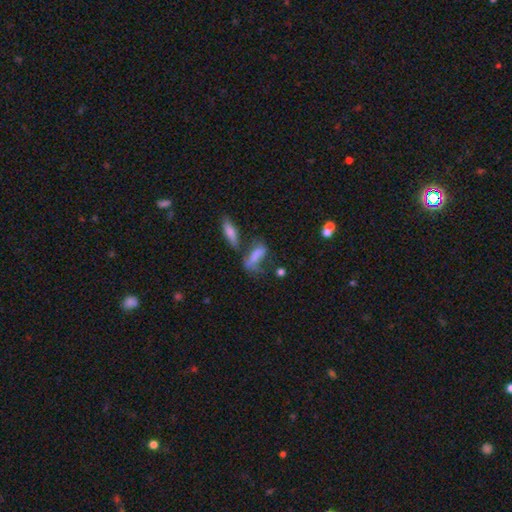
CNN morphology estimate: smooth_or_featured: smooth (p=0.63) [alt: featured or disk p=0.24]
how_rounded: in between (p=0.58) [alt: cigar-shaped p=0.37]
merging: none (p=0.33) [alt: merger p=0.28]